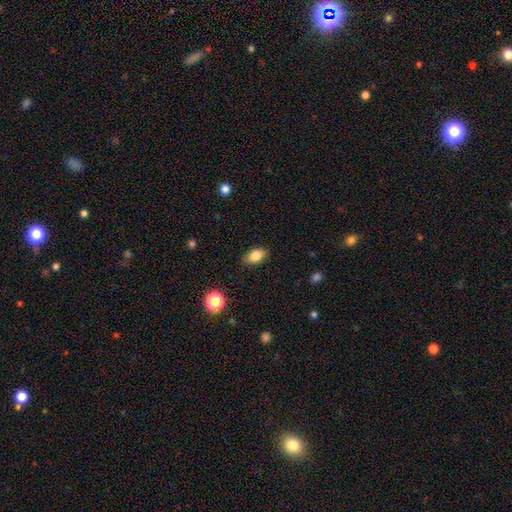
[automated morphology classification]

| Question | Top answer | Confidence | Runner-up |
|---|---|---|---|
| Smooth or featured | smooth | 83% | star or artifact (9%) |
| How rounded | in between | 87% | round (11%) |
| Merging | none | 85% | minor disturbance (11%) |